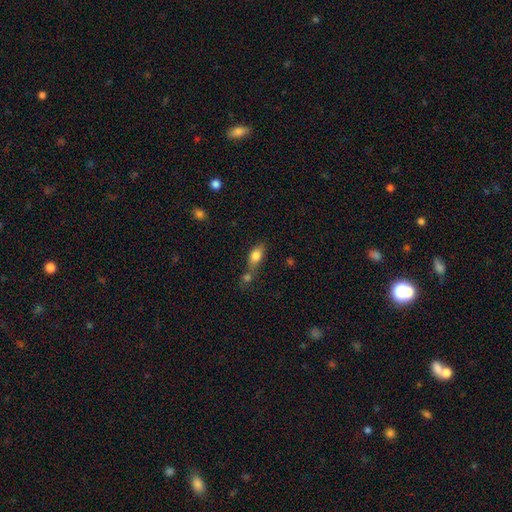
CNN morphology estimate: Smooth or featured?
  - smooth: 80% *
  - featured or disk: 12%
  - star or artifact: 9%
How rounded?
  - in between: 81% *
  - round: 12%
  - cigar-shaped: 8%
Merging?
  - merger: 41% *
  - none: 40%
  - minor disturbance: 13%
  - major disturbance: 6%